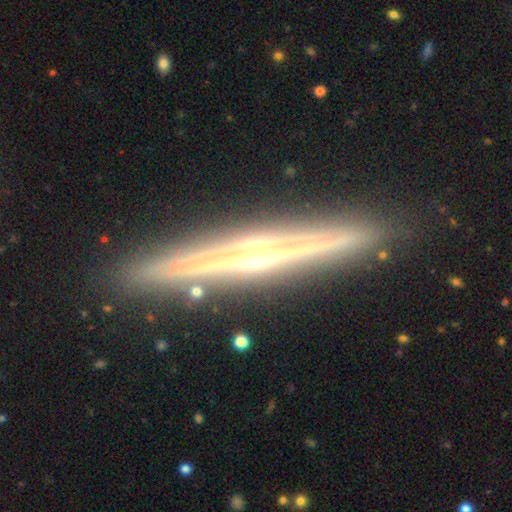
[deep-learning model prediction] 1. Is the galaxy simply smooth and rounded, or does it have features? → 85% featured or disk, 9% smooth, 6% star or artifact.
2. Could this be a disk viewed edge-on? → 97% yes, 3% no.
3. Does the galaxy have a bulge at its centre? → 69% rounded, 23% none, 8% boxy.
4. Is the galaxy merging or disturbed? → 89% none, 7% minor disturbance, 2% major disturbance, 1% merger.